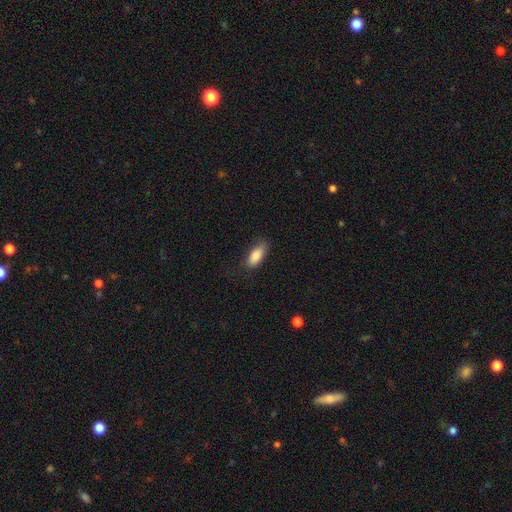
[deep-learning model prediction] This is clearly a smooth galaxy (87%). How rounded: clearly in between (84%). Merging: likely none (73%).